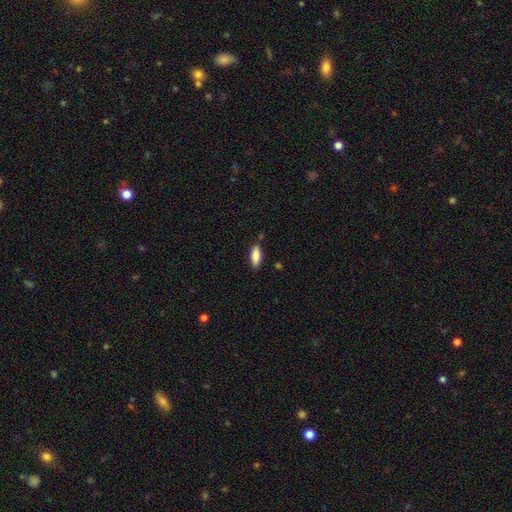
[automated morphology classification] Overall: smooth (86%). How rounded: in between (74%). Merging: none (84%).